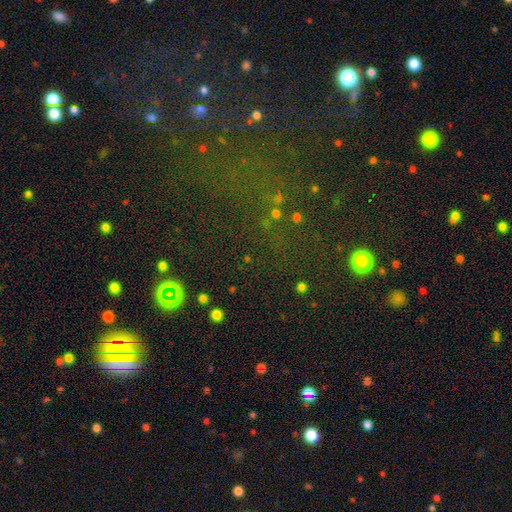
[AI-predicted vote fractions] Smooth or featured?
  - star or artifact: 62% *
  - smooth: 24%
  - featured or disk: 14%